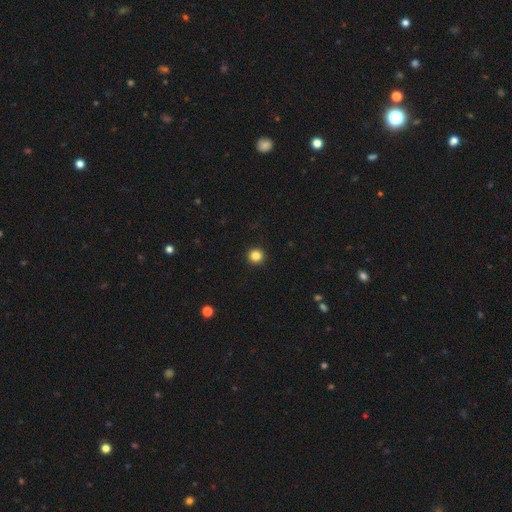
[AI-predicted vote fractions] The model was most divided on "smooth or featured": smooth: 84%, star or artifact: 11%, featured or disk: 4%. More confident: how rounded — round (95%); merging — none (93%).